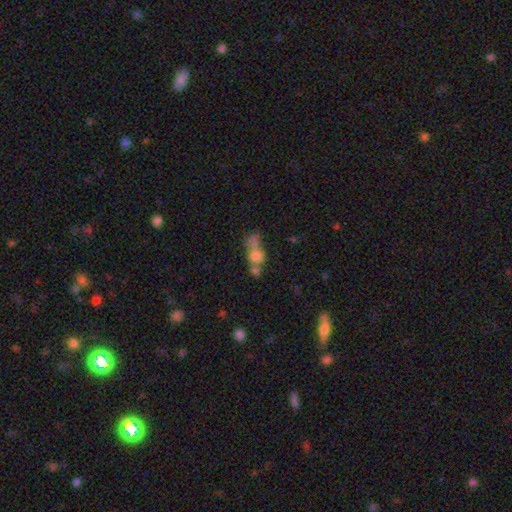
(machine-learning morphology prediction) A smooth galaxy with no disk features (64%) that is in between round and cigar-shaped (54%).

Vote fractions:
- Smooth or featured? smooth: 64% / featured or disk: 22% / star or artifact: 14%
- How rounded? in between: 54% / round: 39% / cigar-shaped: 6%
- Merging? merger: 63% / none: 18% / major disturbance: 11% / minor disturbance: 8%